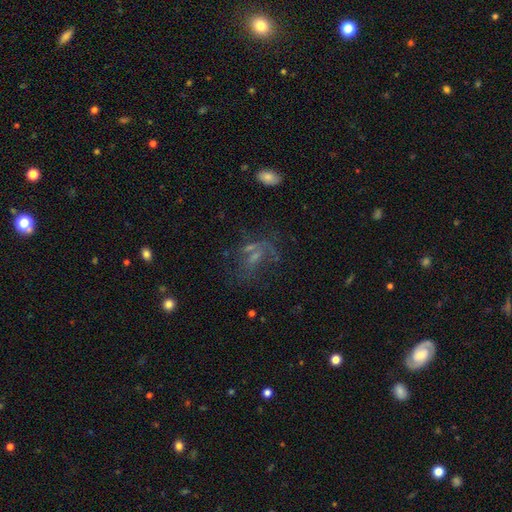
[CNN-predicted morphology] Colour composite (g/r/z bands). It shows a featured or disk galaxy (48%). Merging: none (42%).